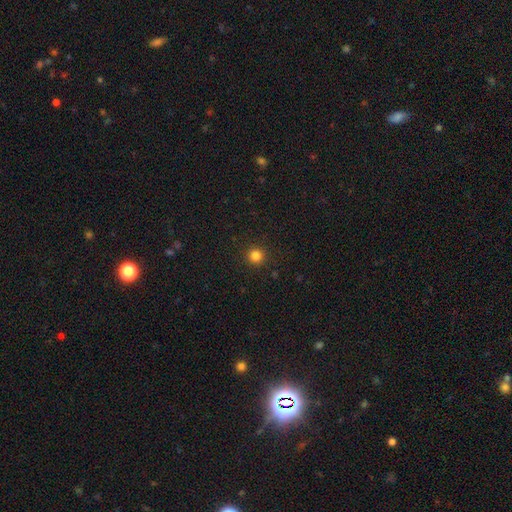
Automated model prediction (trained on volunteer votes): The model was most divided on "smooth or featured": smooth: 83%, star or artifact: 13%, featured or disk: 4%. More confident: how rounded — round (95%); merging — none (93%).